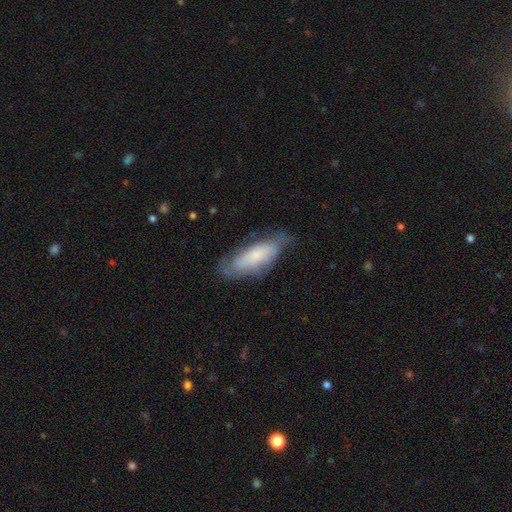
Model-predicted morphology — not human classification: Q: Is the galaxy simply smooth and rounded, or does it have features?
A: smooth — 57%.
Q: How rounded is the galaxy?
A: in between — 66%.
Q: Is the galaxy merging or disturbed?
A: none — 55%.